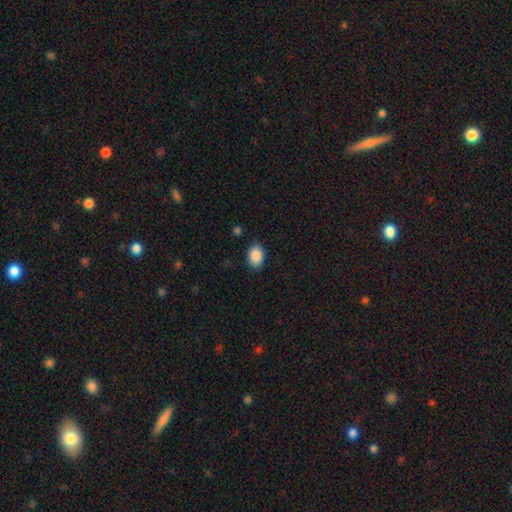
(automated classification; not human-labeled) smooth-or-featured: smooth: 89% | star or artifact: 7% | featured or disk: 3%
  how-rounded: in between: 82% | round: 17% | cigar-shaped: 1%
  merging: none: 86% | minor disturbance: 10% | major disturbance: 2% | merger: 1%